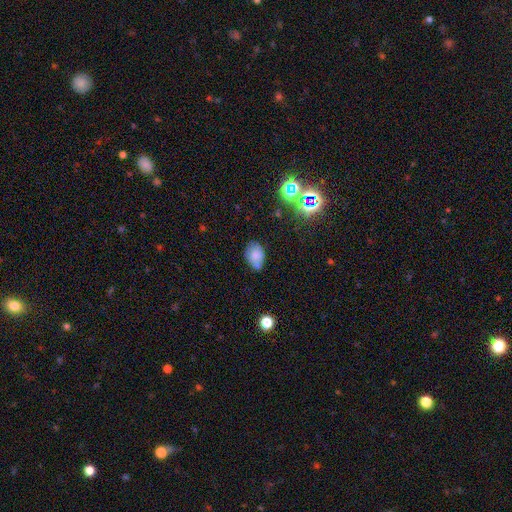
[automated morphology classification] type=smooth (70%); roundness=in between (80%); merging=none (51%).